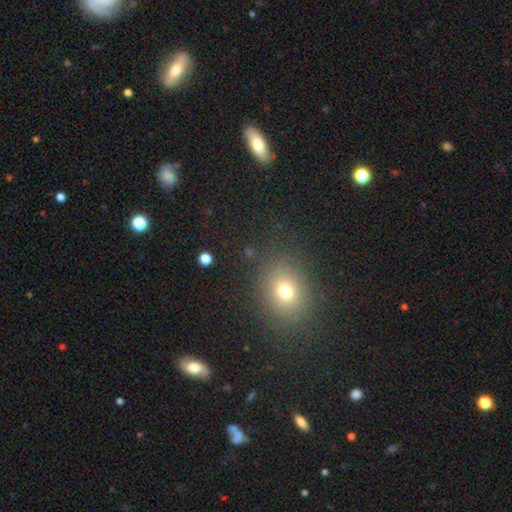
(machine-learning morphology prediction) The model was most divided on "how rounded": round: 55%, in between: 43%, cigar-shaped: 2%. More confident: merging — none (87%); smooth or featured — smooth (63%).